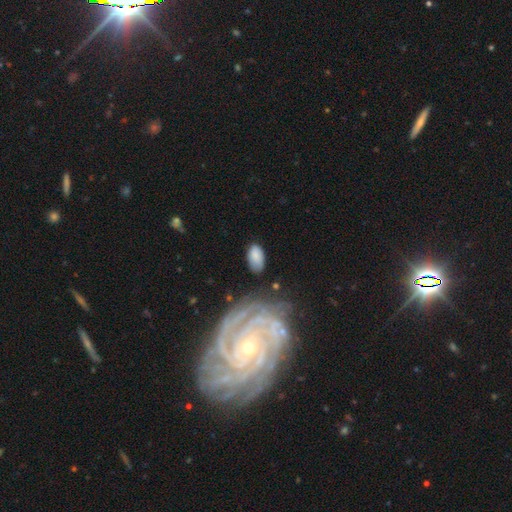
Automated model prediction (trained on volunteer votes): smooth-or-featured: smooth: 79% | featured or disk: 14% | star or artifact: 7%
  how-rounded: in between: 94% | round: 4% | cigar-shaped: 2%
  merging: none: 68% | minor disturbance: 21% | major disturbance: 7% | merger: 4%